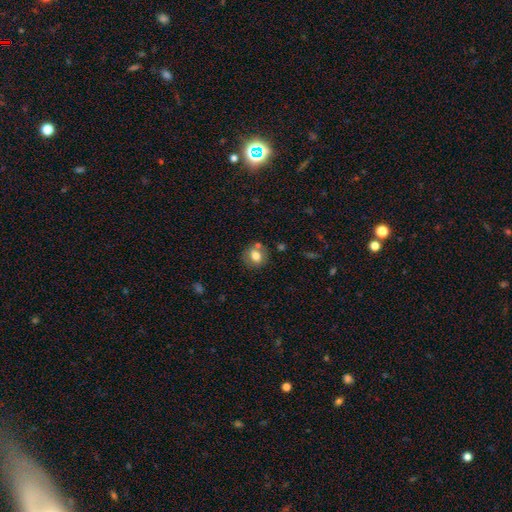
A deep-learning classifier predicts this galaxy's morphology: type=smooth (73%); roundness=round (72%); merging=none (70%).